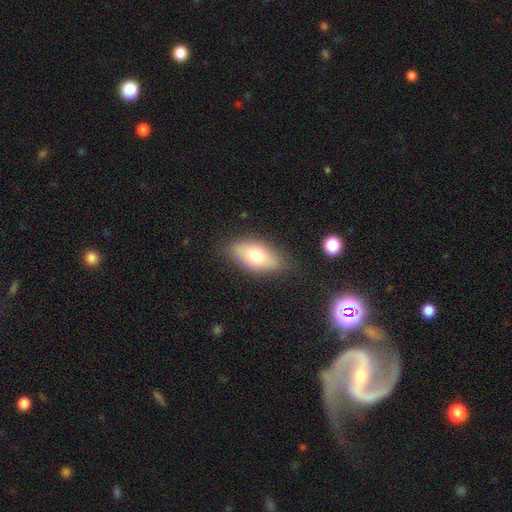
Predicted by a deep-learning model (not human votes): A smooth galaxy with no disk features (69%) that is in between round and cigar-shaped (89%).

Vote fractions:
- Smooth or featured? smooth: 69% / featured or disk: 23% / star or artifact: 8%
- How rounded? in between: 89% / round: 6% / cigar-shaped: 5%
- Merging? none: 76% / minor disturbance: 17% / major disturbance: 5% / merger: 2%